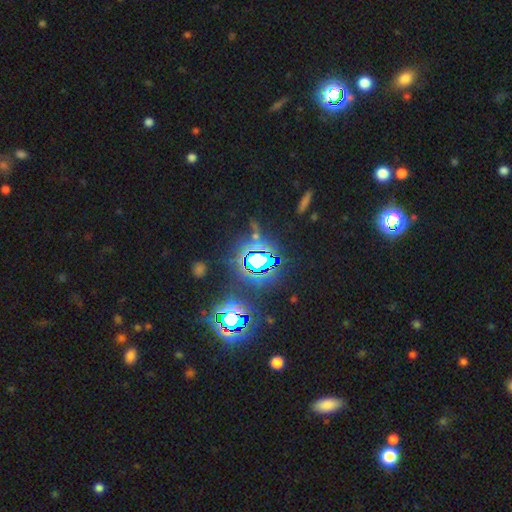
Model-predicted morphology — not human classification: Smooth or featured?
  - star or artifact: 81% *
  - smooth: 11%
  - featured or disk: 8%